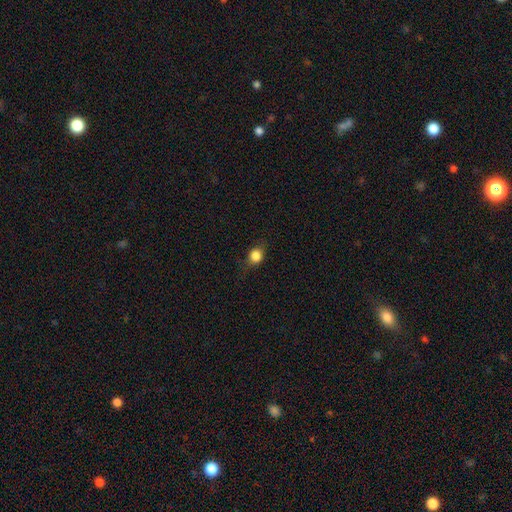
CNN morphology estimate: Smooth or featured? smooth (80%)
How rounded? round (68%)
Merging? none (76%)